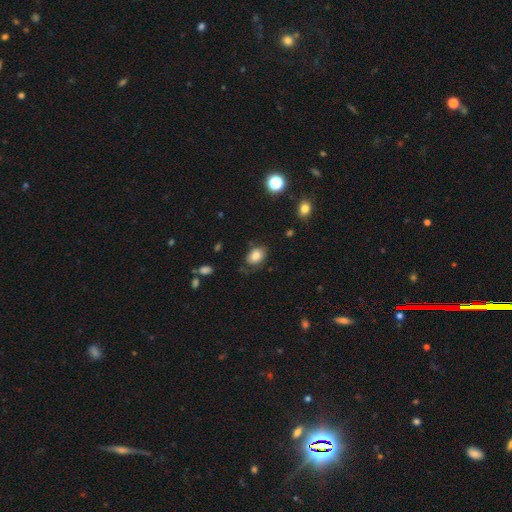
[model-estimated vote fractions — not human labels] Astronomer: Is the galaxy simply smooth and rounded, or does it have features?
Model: smooth — 82%.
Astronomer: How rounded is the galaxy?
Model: in between — 74%.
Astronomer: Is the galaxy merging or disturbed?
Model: none — 69%.